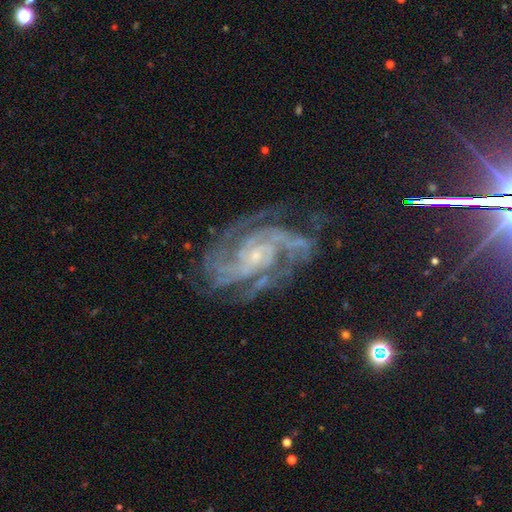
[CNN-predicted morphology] This appears to be a featured or disk galaxy (89%) with no bar (63%), 2 (27%) tight (58%) spiral arms (98%) and a small central bulge (81%). Merging: none (68%).